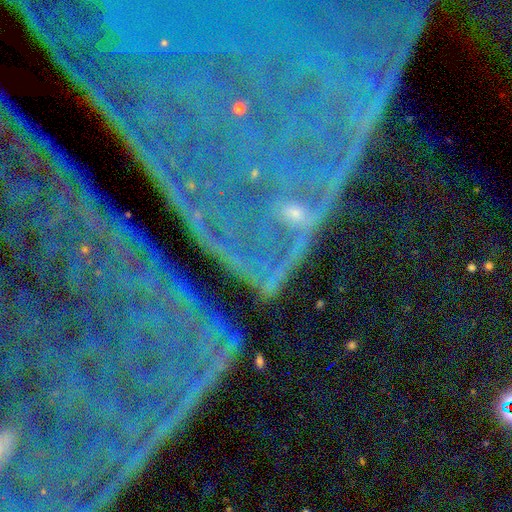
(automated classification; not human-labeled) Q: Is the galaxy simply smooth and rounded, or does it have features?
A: star or artifact — 64%.